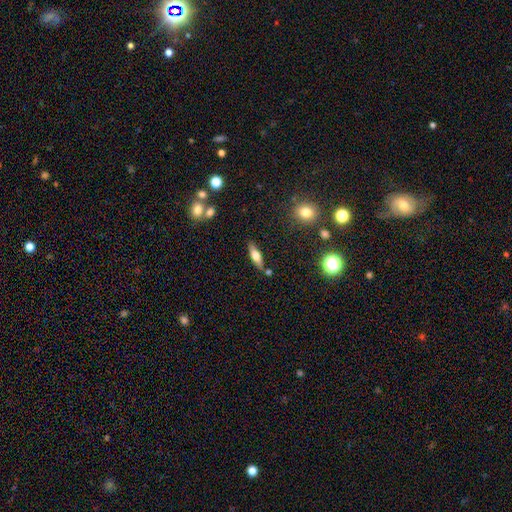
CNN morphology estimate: smooth-or-featured: smooth: 50% | featured or disk: 42% | star or artifact: 8%
  how-rounded: cigar-shaped: 55% | in between: 42% | round: 3%
  merging: none: 79% | minor disturbance: 11% | merger: 7% | major disturbance: 3%